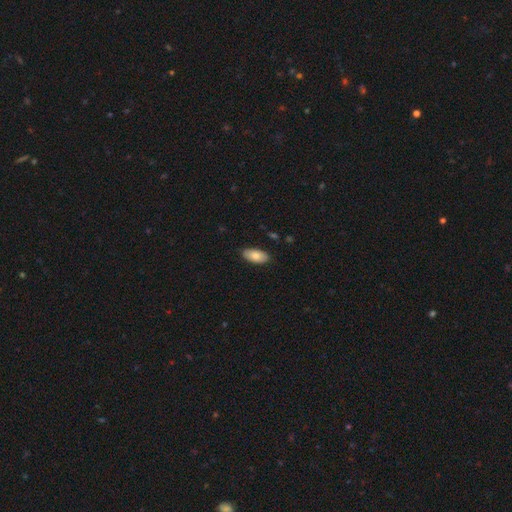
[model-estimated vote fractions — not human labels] A smooth galaxy with no disk features (78%) that is in between round and cigar-shaped (94%).

Vote fractions:
- Smooth or featured? smooth: 78% / featured or disk: 16% / star or artifact: 6%
- How rounded? in between: 94% / cigar-shaped: 4% / round: 3%
- Merging? none: 87% / minor disturbance: 11% / major disturbance: 2% / merger: 1%